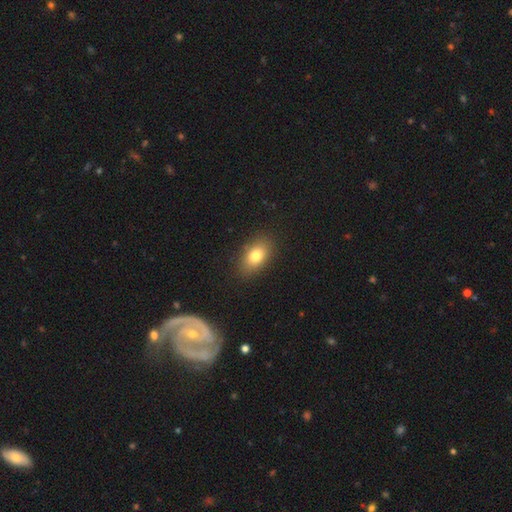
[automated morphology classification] Smooth or featured? smooth (79%)
How rounded? in between (87%)
Merging? none (87%)